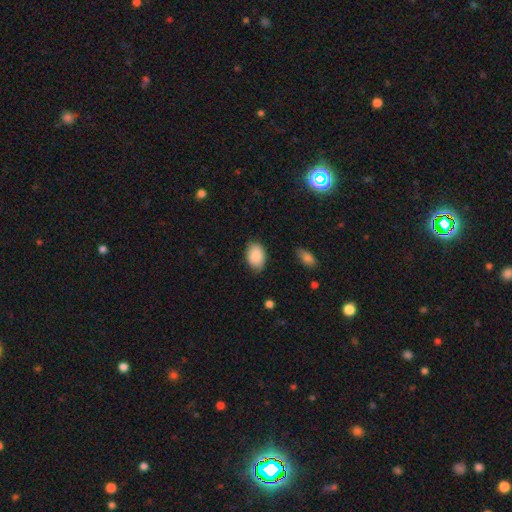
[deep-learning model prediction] Q: Smooth or featured?
A: smooth (89%); runner-up: star or artifact (7%)
Q: How rounded?
A: in between (87%); runner-up: round (12%)
Q: Merging?
A: none (79%); runner-up: minor disturbance (16%)